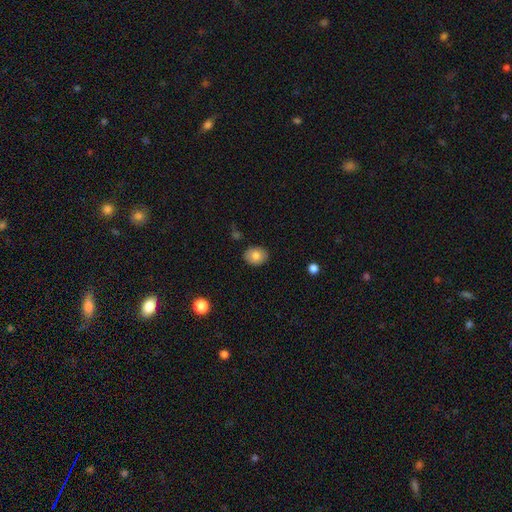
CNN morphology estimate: smooth-or-featured: smooth: 80% | featured or disk: 12% | star or artifact: 8%
  how-rounded: in between: 54% | round: 45% | cigar-shaped: 1%
  merging: none: 87% | minor disturbance: 10% | major disturbance: 2% | merger: 1%